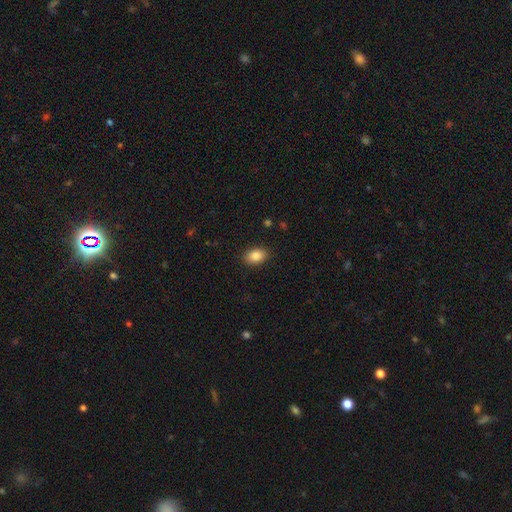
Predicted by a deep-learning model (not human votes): This appears to be a smooth galaxy with no disk features (86%) that is in between round and cigar-shaped (84%). Merging: none (88%).